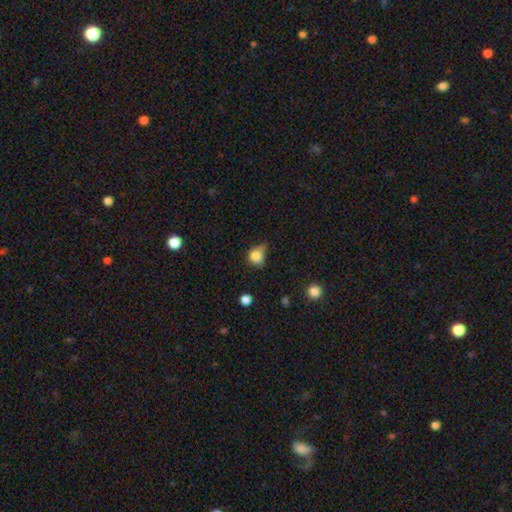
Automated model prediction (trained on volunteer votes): Smooth or featured? smooth (81%)
How rounded? round (69%)
Merging? minor disturbance (40%)